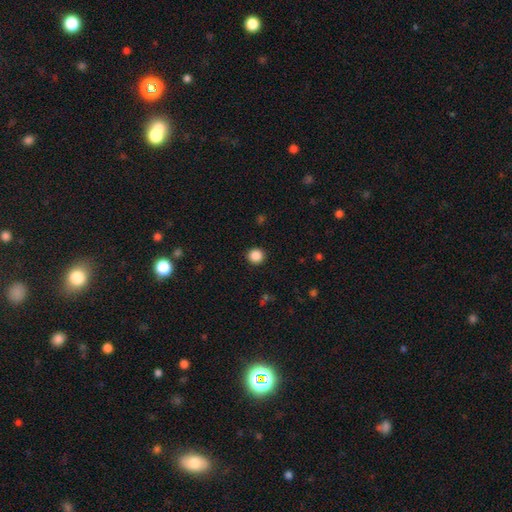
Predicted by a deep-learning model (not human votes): smooth 88%, star or artifact 10%, featured or disk 3%. Down the decision tree: how rounded — round (92%); merging — none (92%).